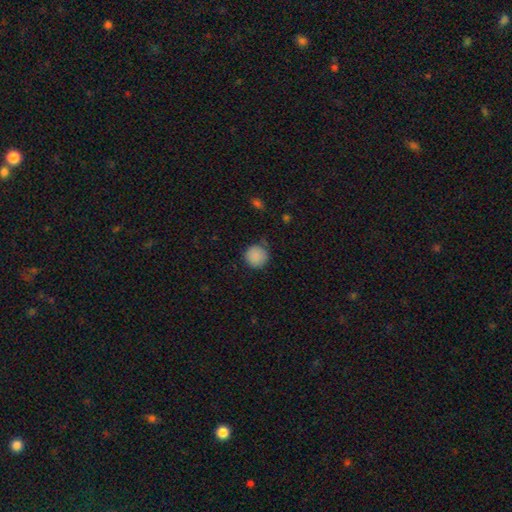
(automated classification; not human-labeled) Smooth or featured: smooth — 88% (star or artifact — 8%)
How rounded: round — 92% (in between — 7%)
Merging: none — 74% (minor disturbance — 20%)